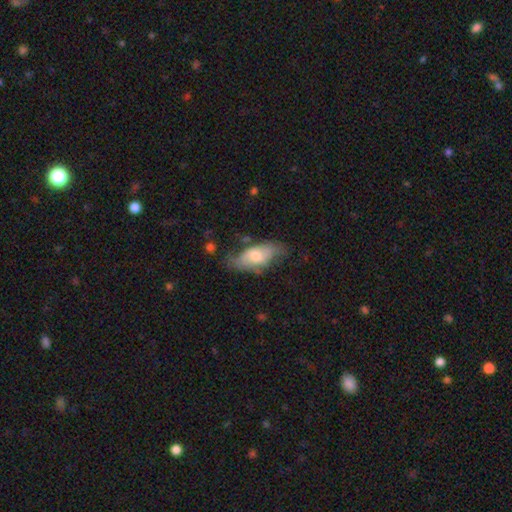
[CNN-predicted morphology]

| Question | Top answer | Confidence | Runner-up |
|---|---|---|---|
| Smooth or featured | smooth | 55% | featured or disk (38%) |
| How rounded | in between | 88% | cigar-shaped (8%) |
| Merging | none | 51% | minor disturbance (31%) |